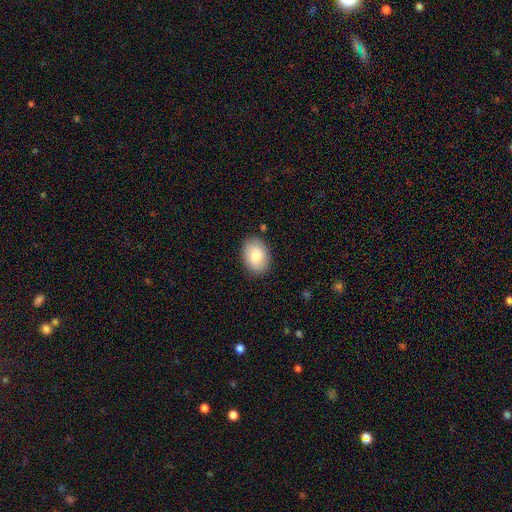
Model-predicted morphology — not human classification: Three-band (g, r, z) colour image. It shows a smooth galaxy with no disk features (81%) that is in between round and cigar-shaped (77%). Merging: none (86%).